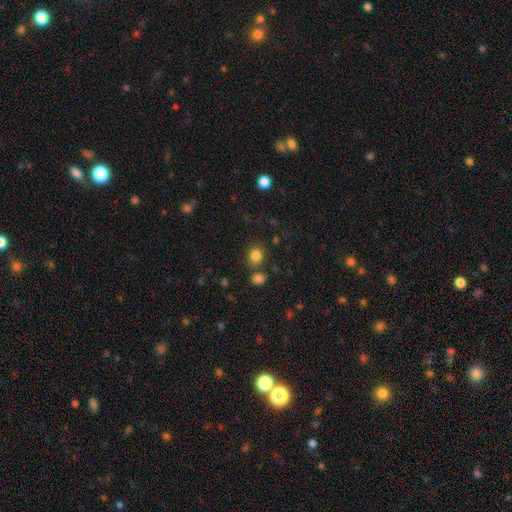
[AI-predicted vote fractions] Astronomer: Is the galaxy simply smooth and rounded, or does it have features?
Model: smooth — 83%.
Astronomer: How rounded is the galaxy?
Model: round — 68%.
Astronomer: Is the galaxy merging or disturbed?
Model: none — 75%.